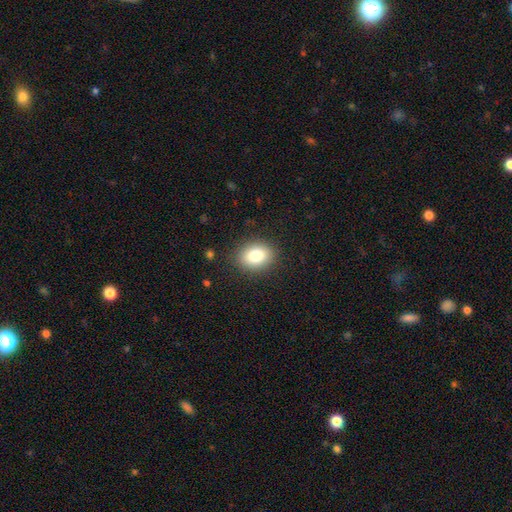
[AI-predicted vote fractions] A smooth galaxy with no disk features (82%) that is in between round and cigar-shaped (66%). Merging: none (87%).